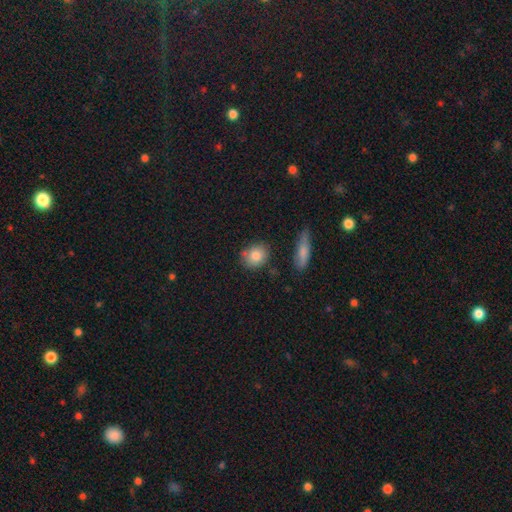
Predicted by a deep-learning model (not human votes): smooth 81%, featured or disk 10%, star or artifact 8%. Down the decision tree: how rounded — round (66%); merging — none (76%).